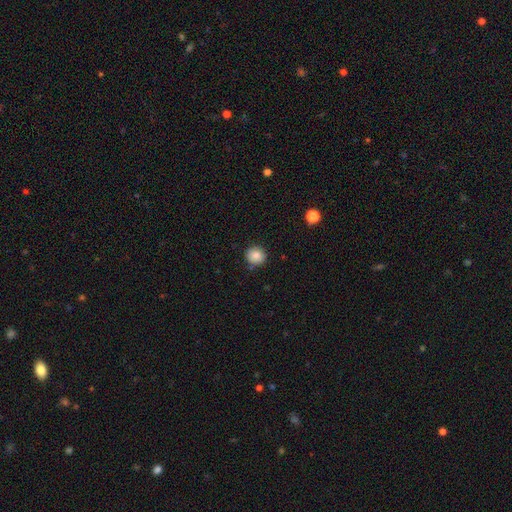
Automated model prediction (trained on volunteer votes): This is clearly a smooth galaxy (83%). How rounded: clearly round (91%). Merging: clearly none (87%).